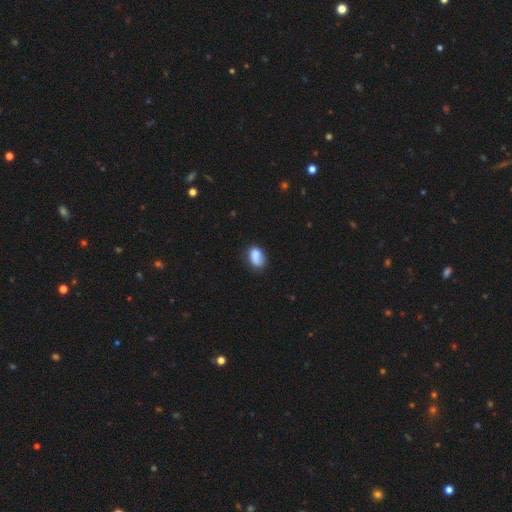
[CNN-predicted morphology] Smooth or featured? Predicted: smooth (p=0.74). How rounded? Predicted: in between (p=0.79). Merging? Predicted: none (p=0.49).